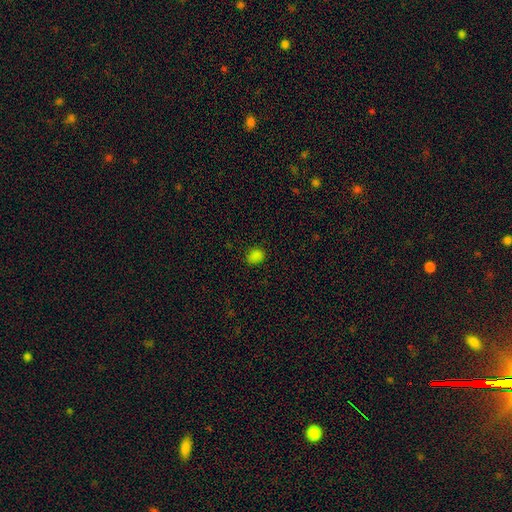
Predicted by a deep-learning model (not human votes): smooth_or_featured: smooth (p=0.80) [alt: star or artifact p=0.17]
how_rounded: in between (p=0.57) [alt: round p=0.42]
merging: none (p=0.82) [alt: minor disturbance p=0.14]